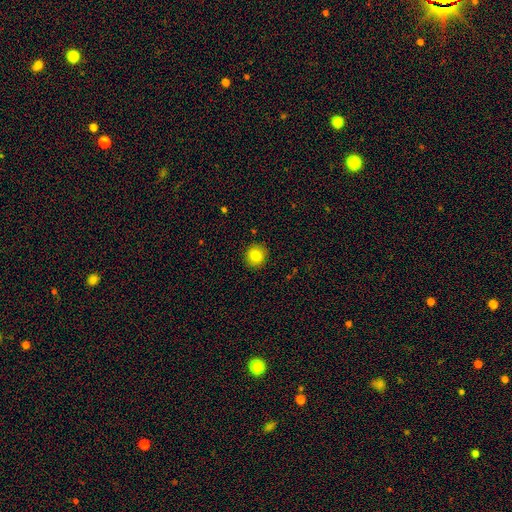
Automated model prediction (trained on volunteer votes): Smooth or featured: smooth — 82% (star or artifact — 10%)
How rounded: round — 91% (in between — 8%)
Merging: none — 91% (minor disturbance — 6%)